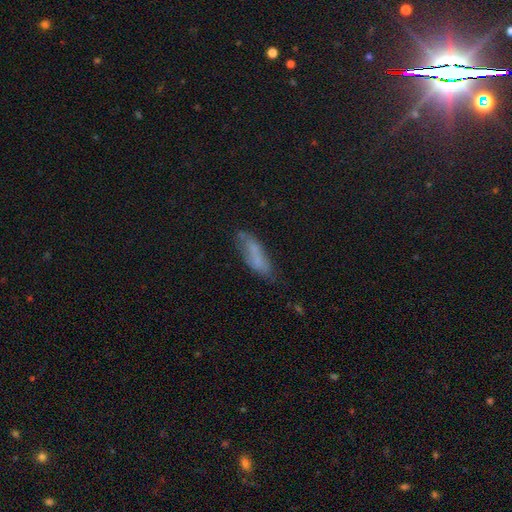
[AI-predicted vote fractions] Q: Smooth or featured?
A: smooth (64%); runner-up: featured or disk (25%)
Q: How rounded?
A: cigar-shaped (52%); runner-up: in between (46%)
Q: Merging?
A: none (56%); runner-up: minor disturbance (29%)